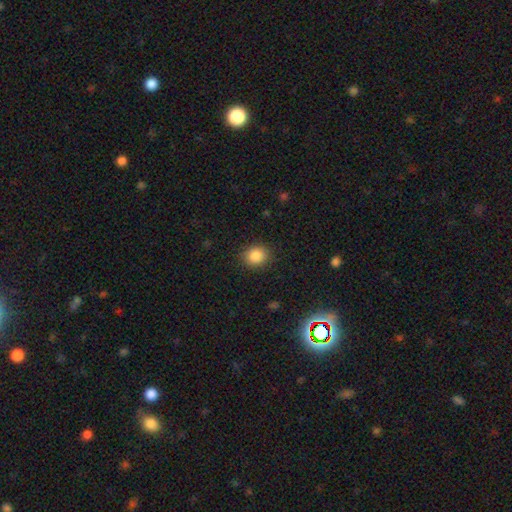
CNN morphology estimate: smooth_or_featured: smooth (p=0.86) [alt: star or artifact p=0.10]
how_rounded: round (p=0.74) [alt: in between p=0.25]
merging: none (p=0.88) [alt: minor disturbance p=0.08]